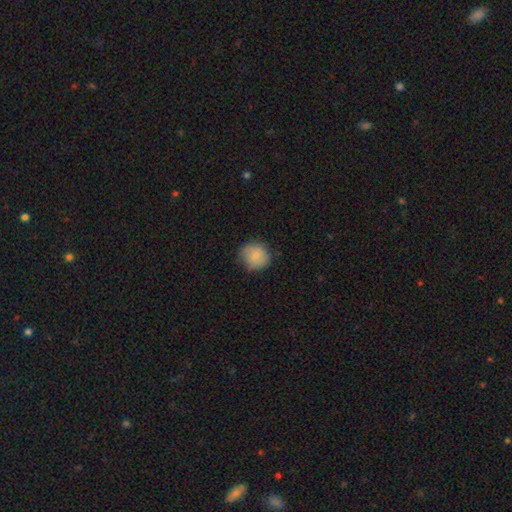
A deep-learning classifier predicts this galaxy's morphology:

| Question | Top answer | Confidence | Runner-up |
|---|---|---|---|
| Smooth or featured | smooth | 84% | star or artifact (8%) |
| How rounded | round | 86% | in between (13%) |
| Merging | none | 77% | minor disturbance (18%) |